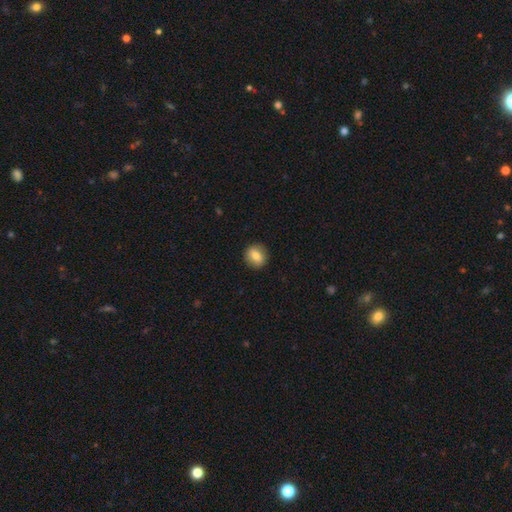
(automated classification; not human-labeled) Smooth or featured? smooth (78%)
How rounded? round (82%)
Merging? none (90%)